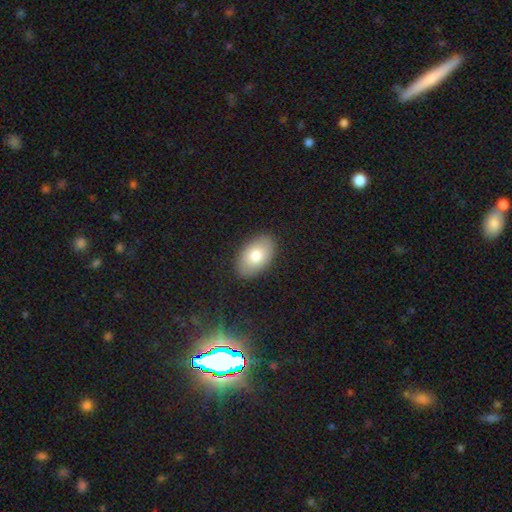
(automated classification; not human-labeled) Overall: smooth (78%). How rounded: in between (92%). Merging: none (87%).